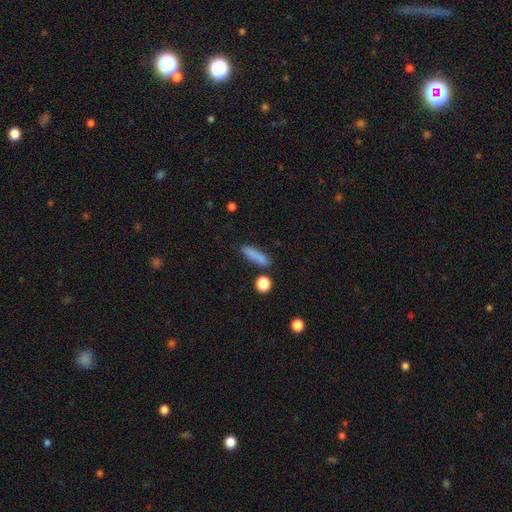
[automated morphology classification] type=smooth (81%); roundness=cigar-shaped (61%); merging=none (72%).